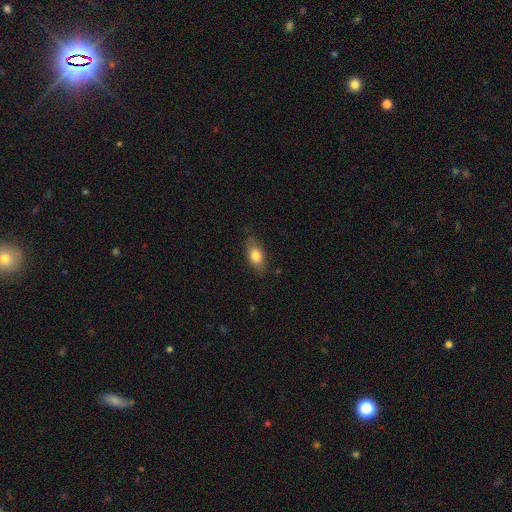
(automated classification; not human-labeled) smooth-or-featured: smooth: 79% | featured or disk: 13% | star or artifact: 8%
  how-rounded: in between: 83% | cigar-shaped: 9% | round: 8%
  merging: none: 79% | minor disturbance: 16% | major disturbance: 4% | merger: 1%